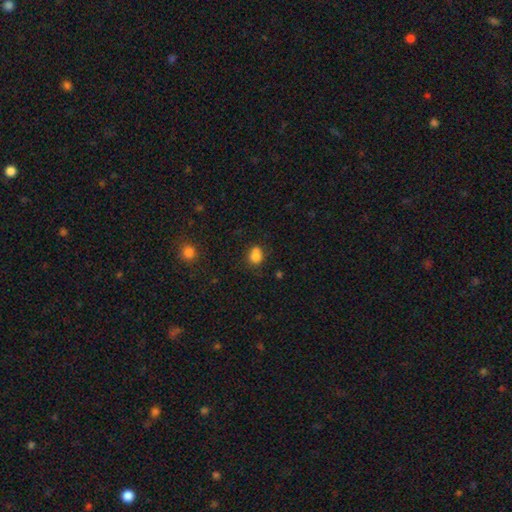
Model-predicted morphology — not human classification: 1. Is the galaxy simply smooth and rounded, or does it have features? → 78% smooth, 12% star or artifact, 9% featured or disk.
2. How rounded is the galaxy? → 57% round, 42% in between, 1% cigar-shaped.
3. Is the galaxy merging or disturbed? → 45% none, 27% merger, 20% minor disturbance, 7% major disturbance.